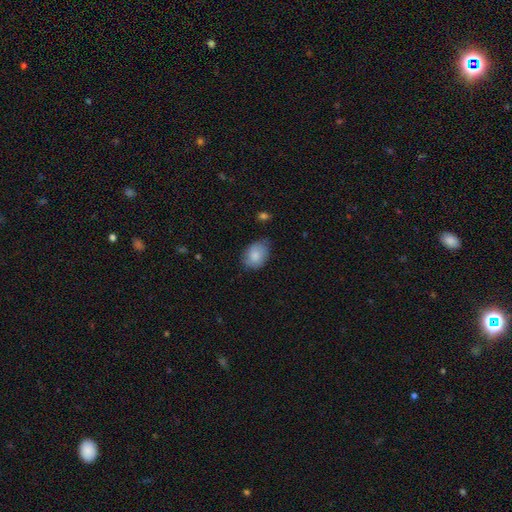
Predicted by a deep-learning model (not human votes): Q: Smooth or featured?
A: smooth (84%); runner-up: featured or disk (9%)
Q: How rounded?
A: in between (67%); runner-up: round (32%)
Q: Merging?
A: none (68%); runner-up: minor disturbance (26%)